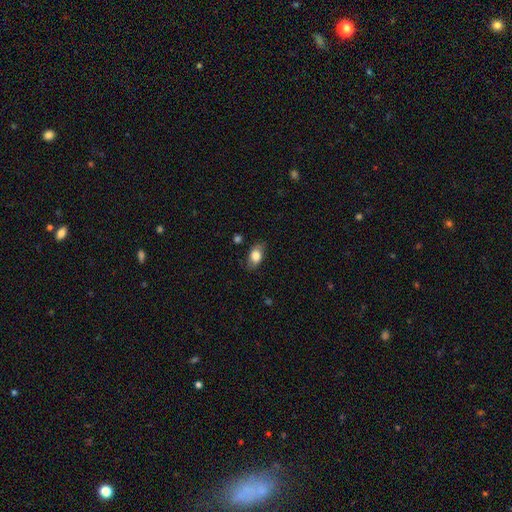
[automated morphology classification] smooth_or_featured: smooth (p=0.79) [alt: featured or disk p=0.14]
how_rounded: in between (p=0.86) [alt: round p=0.12]
merging: none (p=0.76) [alt: minor disturbance p=0.18]